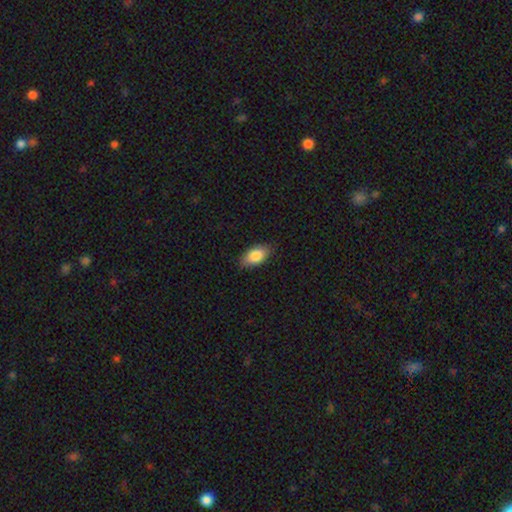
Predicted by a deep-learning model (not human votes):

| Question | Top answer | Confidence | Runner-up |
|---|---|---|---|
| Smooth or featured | smooth | 86% | featured or disk (7%) |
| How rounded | in between | 93% | cigar-shaped (4%) |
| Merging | none | 85% | minor disturbance (12%) |